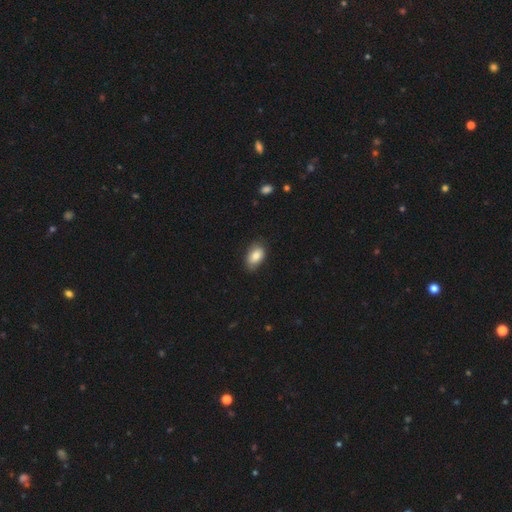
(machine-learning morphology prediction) smooth-or-featured: smooth: 84% | featured or disk: 9% | star or artifact: 7%
  how-rounded: in between: 91% | round: 8% | cigar-shaped: 1%
  merging: none: 76% | minor disturbance: 19% | major disturbance: 4% | merger: 1%